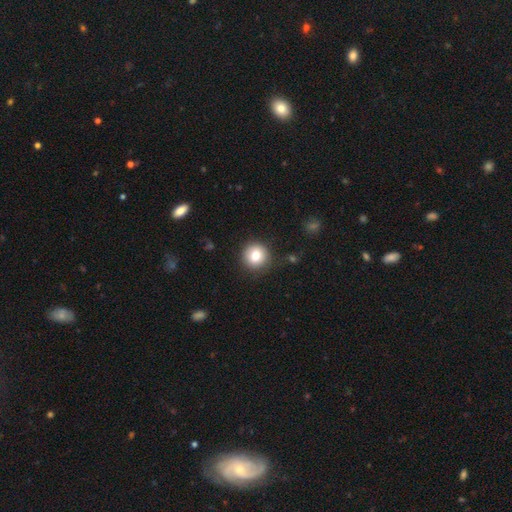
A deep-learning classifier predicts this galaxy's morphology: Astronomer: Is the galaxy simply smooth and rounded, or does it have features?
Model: smooth — 80%.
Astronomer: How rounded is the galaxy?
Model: round — 95%.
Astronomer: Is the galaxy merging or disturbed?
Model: none — 89%.